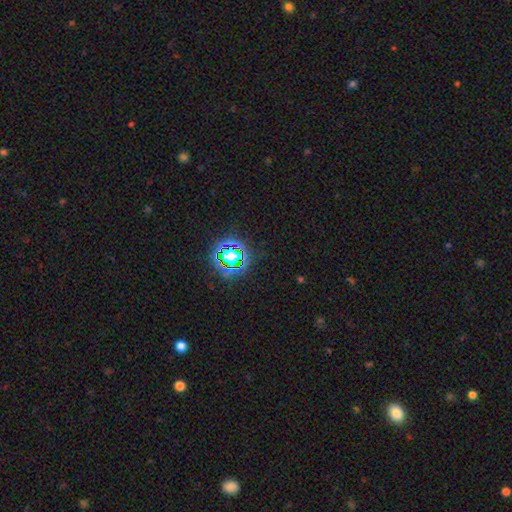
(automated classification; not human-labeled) smooth_or_featured: star or artifact (p=0.79) [alt: smooth p=0.14]